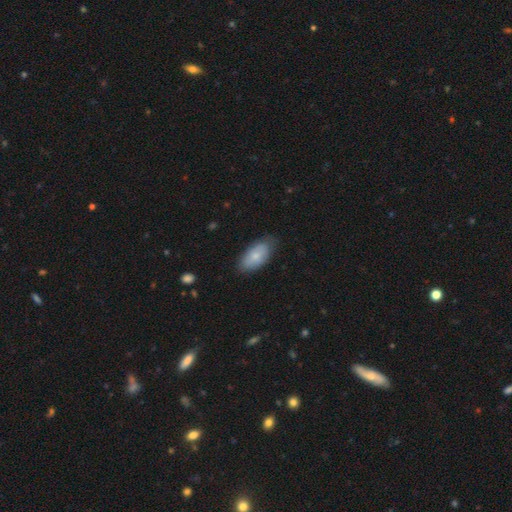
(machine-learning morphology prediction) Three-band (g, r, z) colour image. It shows a smooth galaxy with no disk features (74%) that is in between round and cigar-shaped (92%). Merging: none (76%).